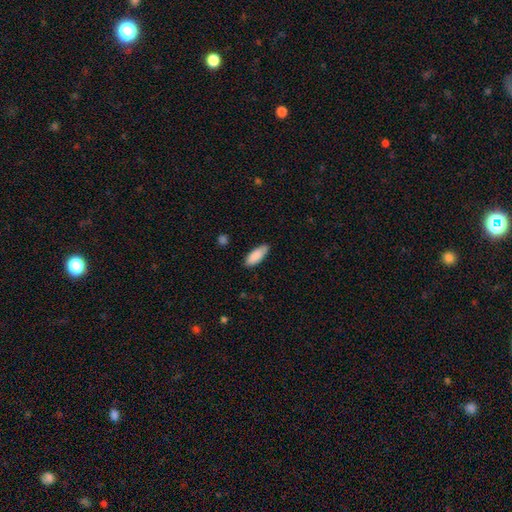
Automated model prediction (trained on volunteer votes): smooth-or-featured: smooth: 88% | featured or disk: 6% | star or artifact: 6%
  how-rounded: in between: 76% | cigar-shaped: 23% | round: 2%
  merging: none: 80% | minor disturbance: 16% | major disturbance: 2% | merger: 1%